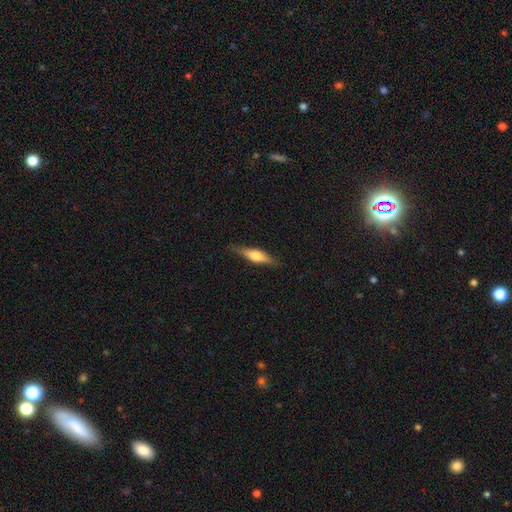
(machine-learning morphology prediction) A featured or disk galaxy (53%) viewed edge-on (94%).

Vote fractions:
- Smooth or featured? featured or disk: 53% / smooth: 41% / star or artifact: 6%
- Edge-on disk? yes: 94% / no: 6%
- Merging? none: 86% / minor disturbance: 11% / major disturbance: 2% / merger: 1%